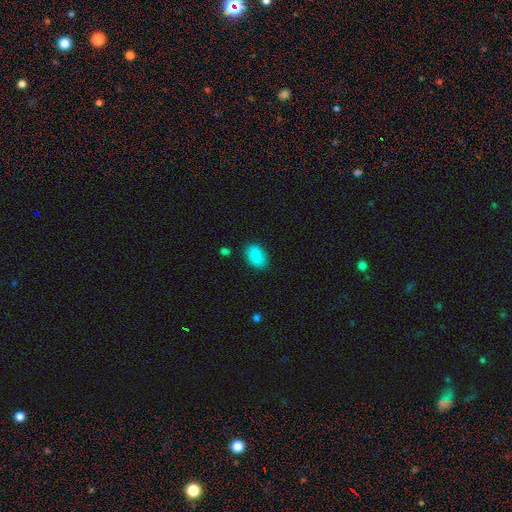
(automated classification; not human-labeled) Smooth or featured: smooth — 88% (star or artifact — 8%)
How rounded: in between — 90% (round — 8%)
Merging: none — 81% (minor disturbance — 14%)